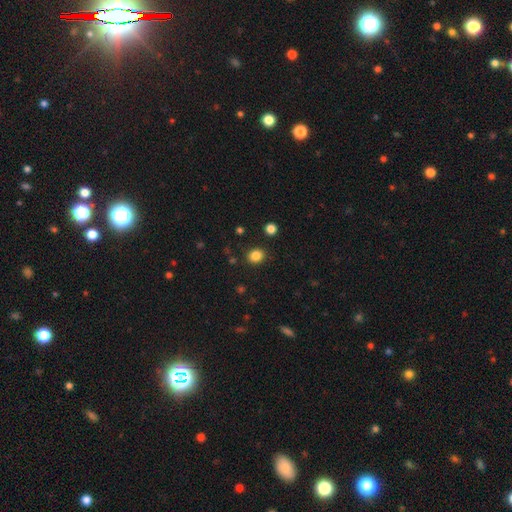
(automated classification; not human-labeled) Smooth or featured? Predicted: smooth (p=0.85). How rounded? Predicted: round (p=0.71). Merging? Predicted: none (p=0.88).